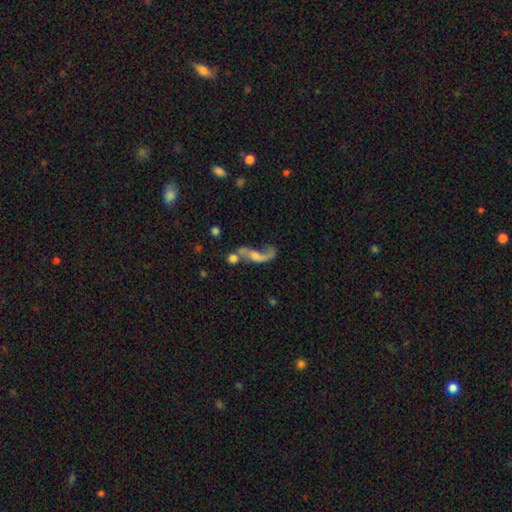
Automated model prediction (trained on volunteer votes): featured or disk 70%, smooth 19%, star or artifact 11%. Down the decision tree: edge-on disk — no (88%); bar — no (59%); spiral arms — yes (78%); bulge size — small (37%); merging — none (33%).